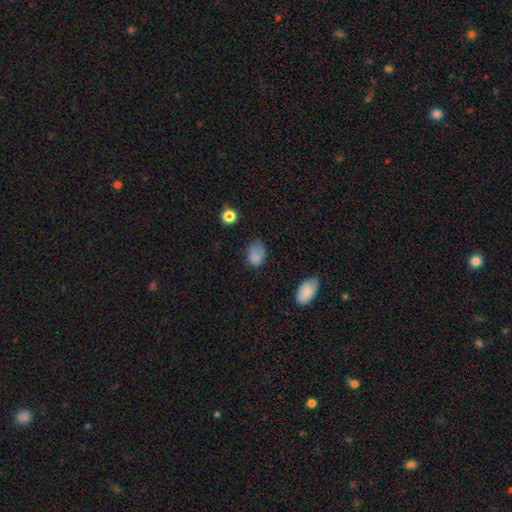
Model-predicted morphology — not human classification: This appears to be a smooth galaxy with no disk features (80%) that is in between round and cigar-shaped (74%). Merging: none (49%).